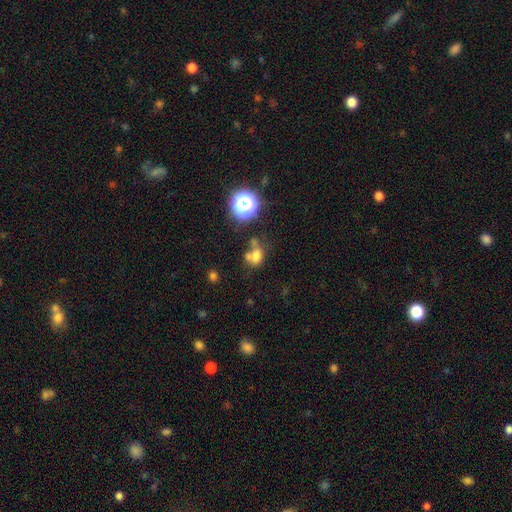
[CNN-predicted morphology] A smooth galaxy with no disk features (66%) that is in between round and cigar-shaped (56%).

Vote fractions:
- Smooth or featured? smooth: 66% / star or artifact: 19% / featured or disk: 15%
- How rounded? in between: 56% / round: 42% / cigar-shaped: 2%
- Merging? merger: 38% / none: 36% / minor disturbance: 14% / major disturbance: 12%